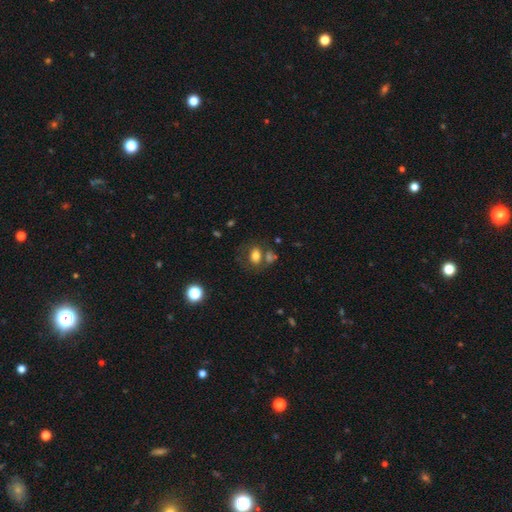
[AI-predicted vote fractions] A smooth galaxy with no disk features (73%) that is in between round and cigar-shaped (69%). Merging: none (52%).